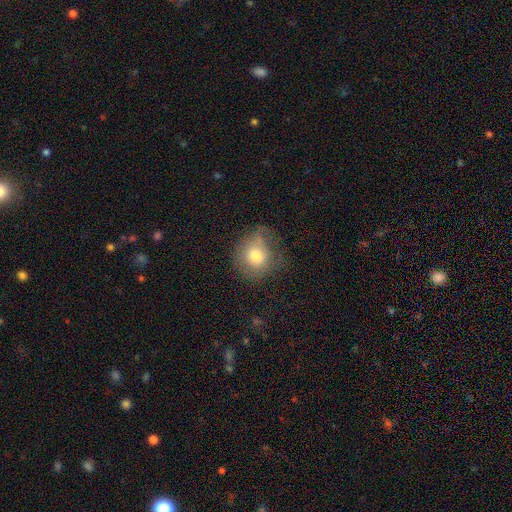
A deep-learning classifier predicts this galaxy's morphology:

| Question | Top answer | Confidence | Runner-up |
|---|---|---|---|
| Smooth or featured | smooth | 74% | featured or disk (16%) |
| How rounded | round | 80% | in between (18%) |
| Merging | none | 51% | minor disturbance (29%) |